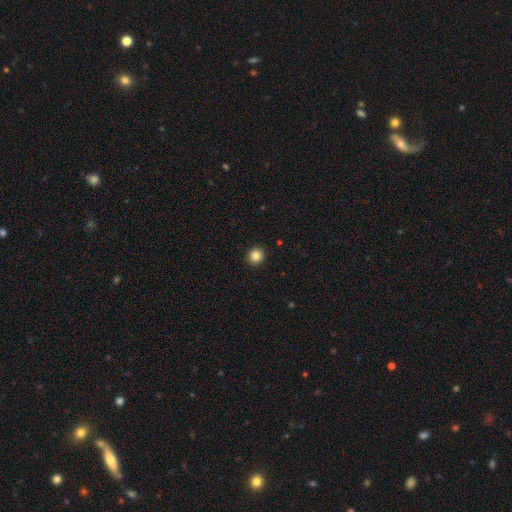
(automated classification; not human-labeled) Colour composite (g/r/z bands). It shows a smooth galaxy with no disk features (85%) that is round (91%). Merging: none (93%).